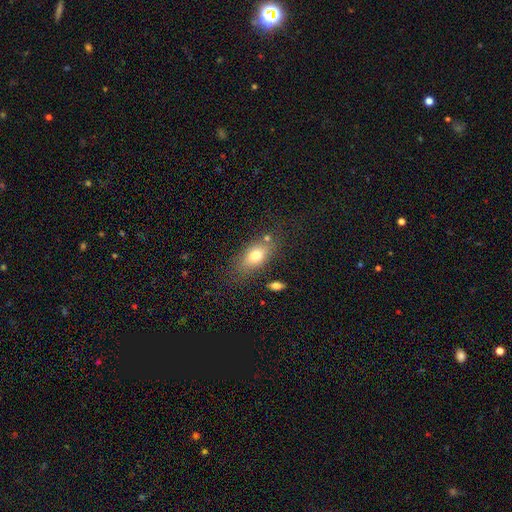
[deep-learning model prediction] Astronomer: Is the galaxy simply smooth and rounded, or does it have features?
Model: smooth — 74%.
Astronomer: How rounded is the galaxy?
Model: in between — 84%.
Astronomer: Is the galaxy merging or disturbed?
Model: none — 71%.